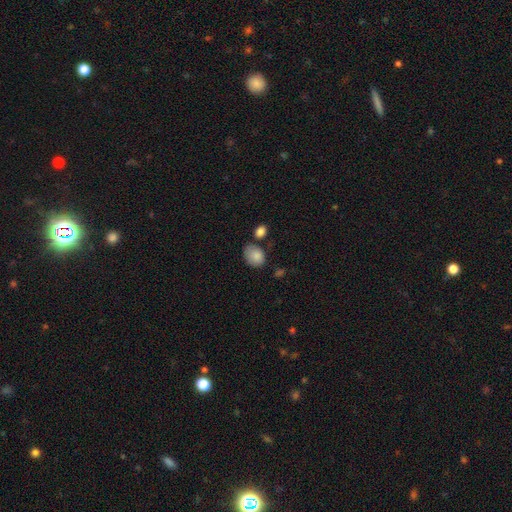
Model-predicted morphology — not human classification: Smooth or featured? Predicted: smooth (p=0.85). How rounded? Predicted: in between (p=0.66). Merging? Predicted: none (p=0.58).